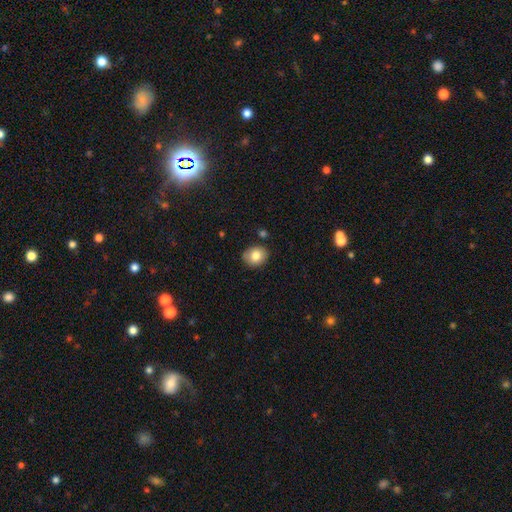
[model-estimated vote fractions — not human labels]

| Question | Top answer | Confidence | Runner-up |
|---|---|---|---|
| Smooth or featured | smooth | 80% | featured or disk (11%) |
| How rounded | round | 62% | in between (37%) |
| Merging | none | 83% | minor disturbance (12%) |